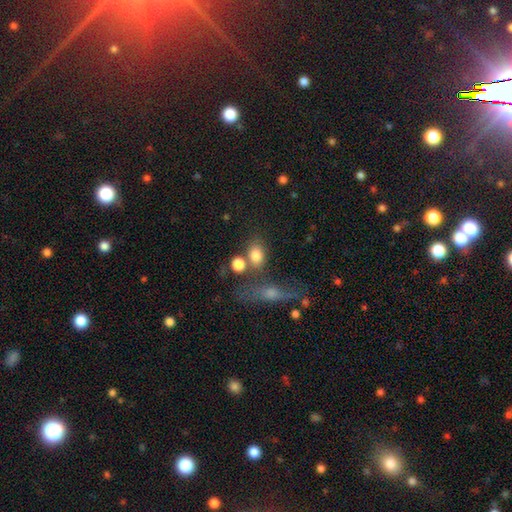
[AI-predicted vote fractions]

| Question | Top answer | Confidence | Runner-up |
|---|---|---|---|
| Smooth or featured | smooth | 80% | star or artifact (10%) |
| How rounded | in between | 63% | round (34%) |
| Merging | none | 52% | merger (27%) |